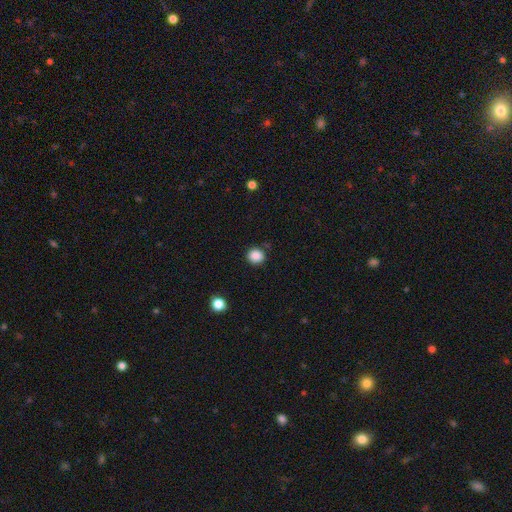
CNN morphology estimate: Overall: smooth (87%). How rounded: round (87%). Merging: none (87%).